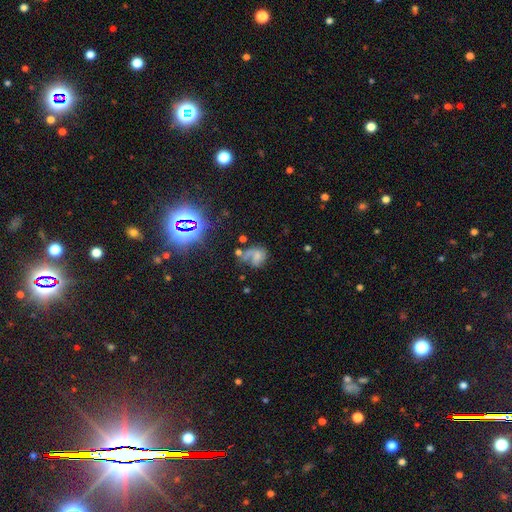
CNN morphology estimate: The model was most divided on "merging" (2-way tie): none: 32%, major disturbance: 32%, minor disturbance: 21%, merger: 15%. Remaining: smooth or featured — featured or disk (41%).